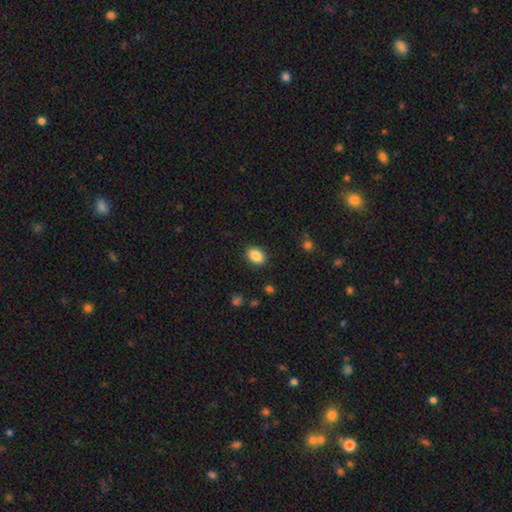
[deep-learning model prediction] This is clearly a smooth galaxy (87%). How rounded: likely in between (79%). Merging: clearly none (89%).